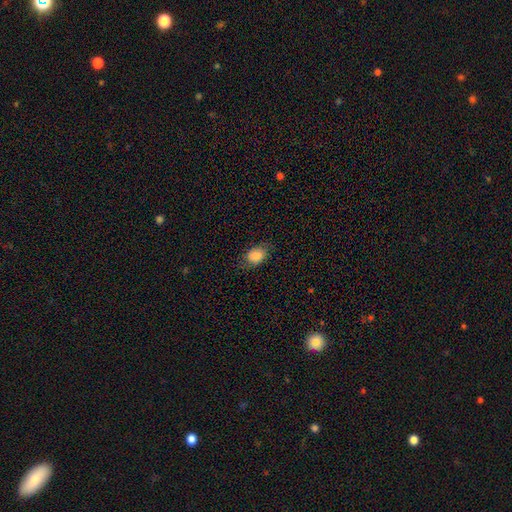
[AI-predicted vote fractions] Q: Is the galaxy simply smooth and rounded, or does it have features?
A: smooth — 85%.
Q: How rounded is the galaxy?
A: in between — 73%.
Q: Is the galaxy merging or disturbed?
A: none — 72%.